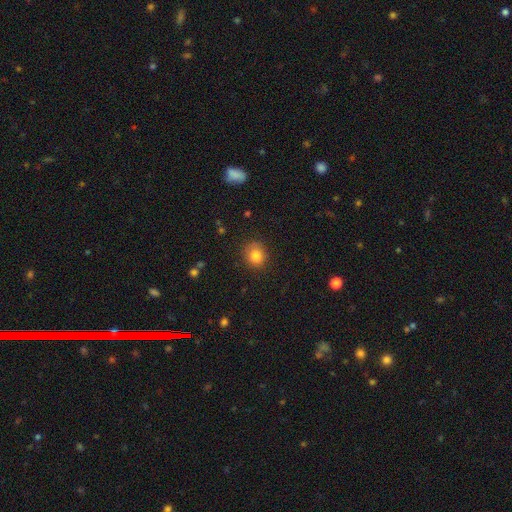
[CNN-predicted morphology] type=smooth (83%); roundness=round (80%); merging=none (83%).